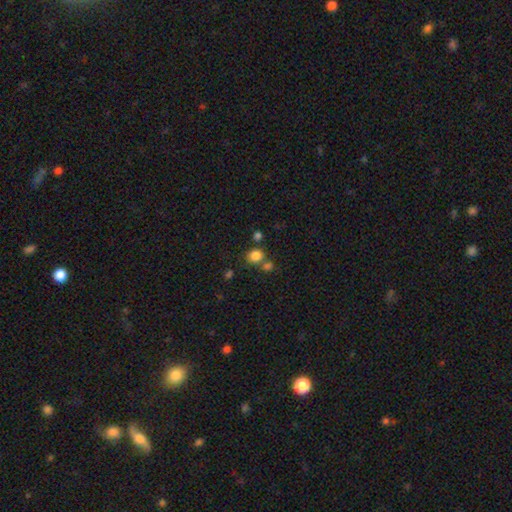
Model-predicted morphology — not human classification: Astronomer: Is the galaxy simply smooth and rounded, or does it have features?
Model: smooth — 82%.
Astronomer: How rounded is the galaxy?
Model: round — 79%.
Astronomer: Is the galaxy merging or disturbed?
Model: none — 65%.